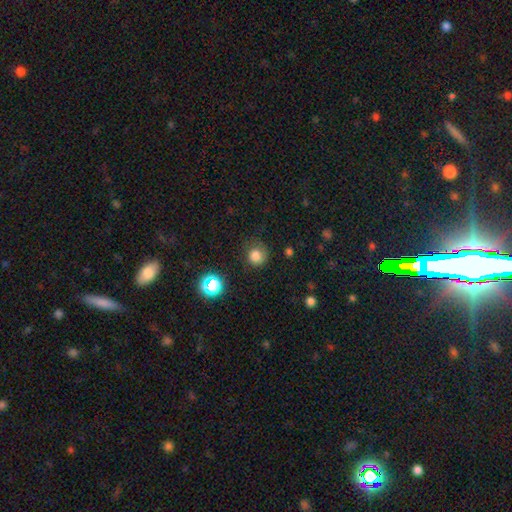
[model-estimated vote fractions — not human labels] Q: Smooth or featured?
A: smooth (78%); runner-up: star or artifact (15%)
Q: How rounded?
A: round (90%); runner-up: in between (9%)
Q: Merging?
A: none (70%); runner-up: minor disturbance (19%)